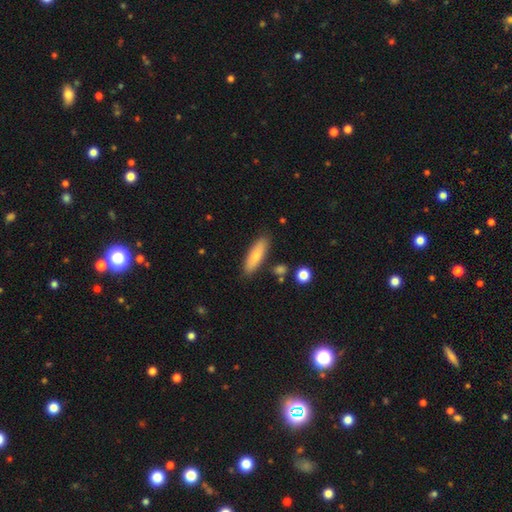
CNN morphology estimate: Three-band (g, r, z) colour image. It shows a smooth galaxy with no disk features (71%) that is cigar-shaped (53%). Merging: none (84%).